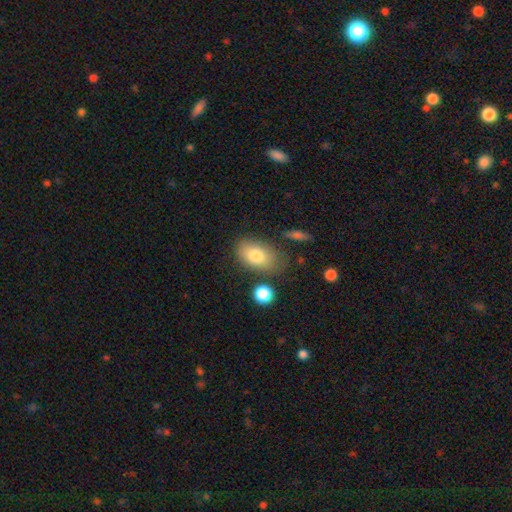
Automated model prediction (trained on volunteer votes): Q: Smooth or featured?
A: smooth (79%); runner-up: featured or disk (13%)
Q: How rounded?
A: in between (90%); runner-up: round (9%)
Q: Merging?
A: none (69%); runner-up: minor disturbance (19%)